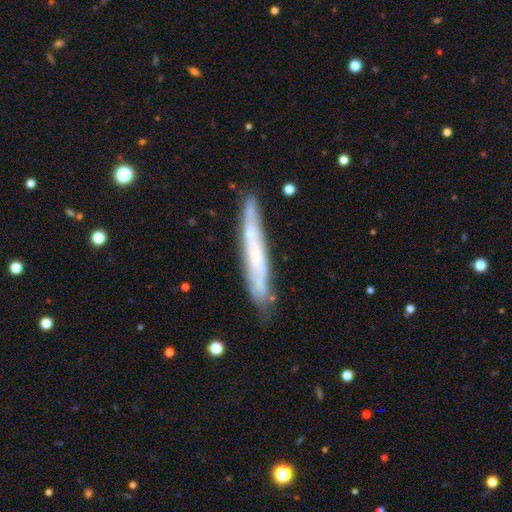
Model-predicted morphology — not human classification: Overall: featured or disk (63%; smooth 31%). Edge-on disk: yes (73%). Merging: none (79%).